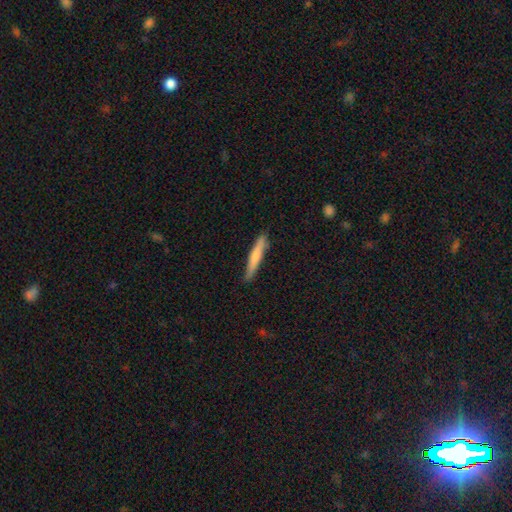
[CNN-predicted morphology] Q: Smooth or featured?
A: smooth (66%); runner-up: featured or disk (29%)
Q: How rounded?
A: cigar-shaped (94%); runner-up: in between (5%)
Q: Merging?
A: none (86%); runner-up: minor disturbance (11%)